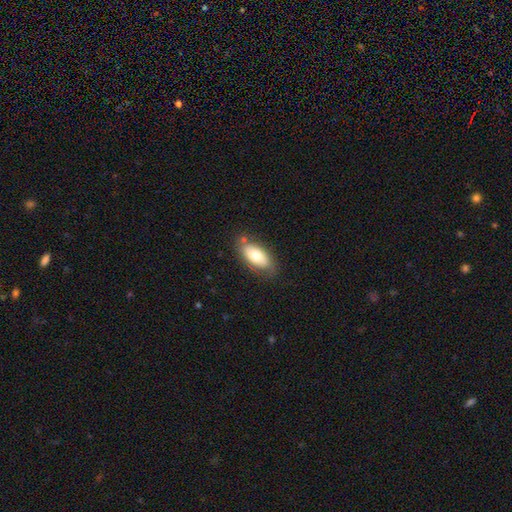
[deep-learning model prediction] smooth 69%, featured or disk 24%, star or artifact 7%. Down the decision tree: how rounded — in between (92%); merging — none (73%).